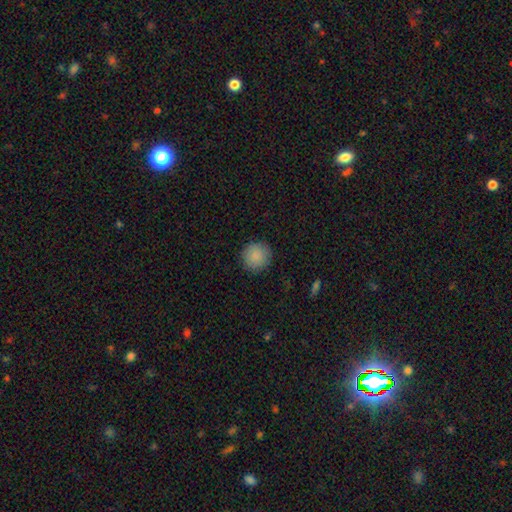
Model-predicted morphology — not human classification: Smooth or featured? smooth (88%)
How rounded? round (94%)
Merging? none (89%)